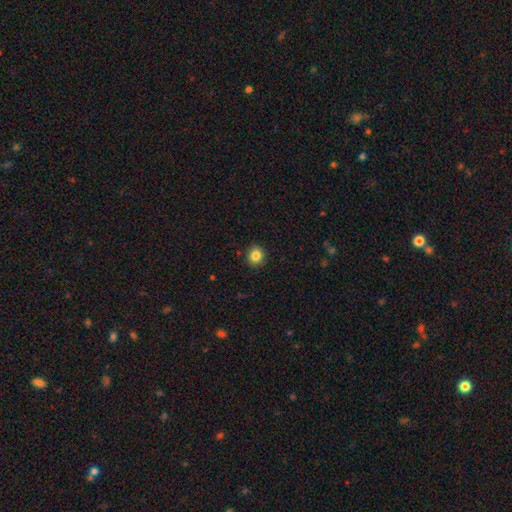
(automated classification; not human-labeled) smooth_or_featured: smooth (p=0.85) [alt: star or artifact p=0.10]
how_rounded: round (p=0.89) [alt: in between p=0.10]
merging: none (p=0.90) [alt: minor disturbance p=0.07]